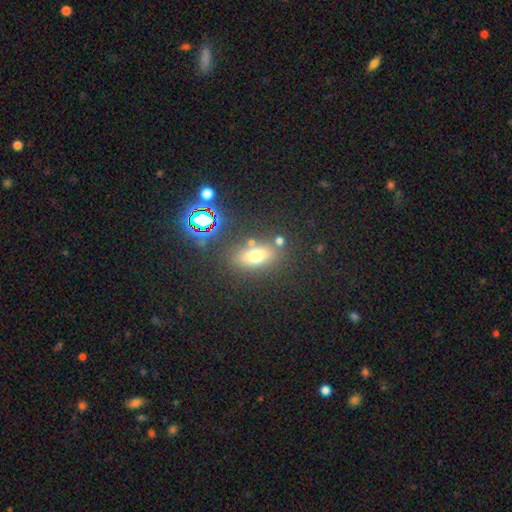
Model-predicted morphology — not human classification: Smooth or featured? Predicted: smooth (p=0.63). How rounded? Predicted: in between (p=0.71). Merging? Predicted: none (p=0.75).